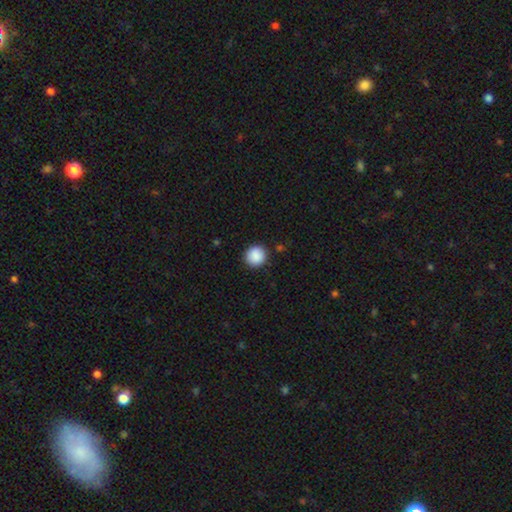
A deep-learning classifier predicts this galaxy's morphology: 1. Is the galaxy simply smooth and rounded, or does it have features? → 89% smooth, 8% star or artifact, 3% featured or disk.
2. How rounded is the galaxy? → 94% round, 6% in between, 1% cigar-shaped.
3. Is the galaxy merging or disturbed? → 90% none, 6% minor disturbance, 2% major disturbance, 1% merger.